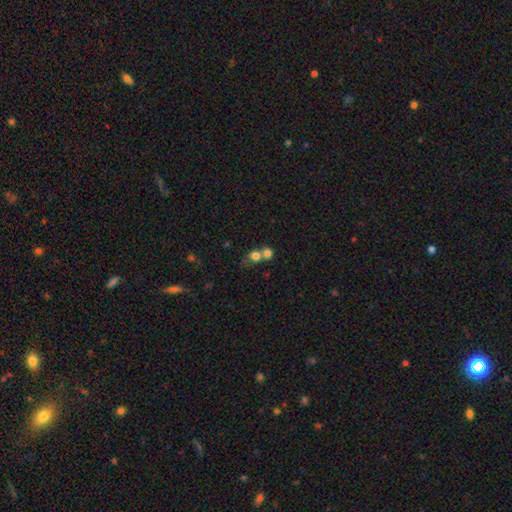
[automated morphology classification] Overall: smooth (75%). How rounded: round (77%). Merging: merger (61%; none 28%).